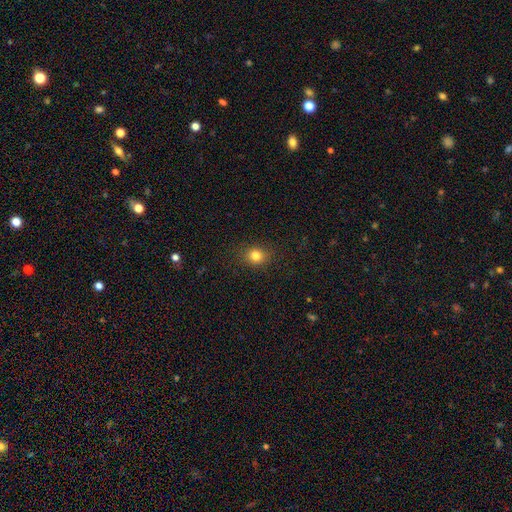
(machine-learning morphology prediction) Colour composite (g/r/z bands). It shows a smooth galaxy with no disk features (81%) that is round (71%). Merging: none (87%).